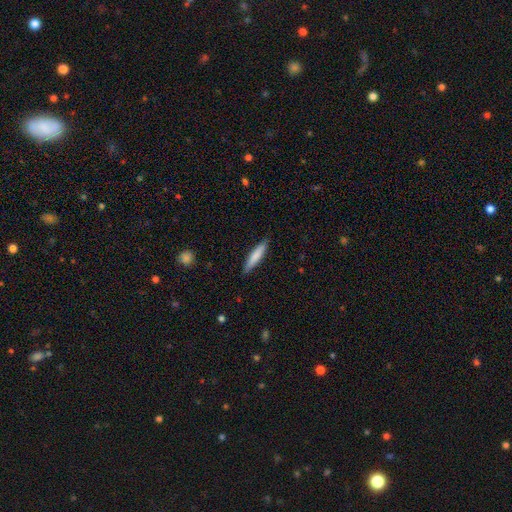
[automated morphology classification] Q: Smooth or featured?
A: smooth (73%); runner-up: featured or disk (21%)
Q: How rounded?
A: cigar-shaped (88%); runner-up: in between (11%)
Q: Merging?
A: none (88%); runner-up: minor disturbance (9%)